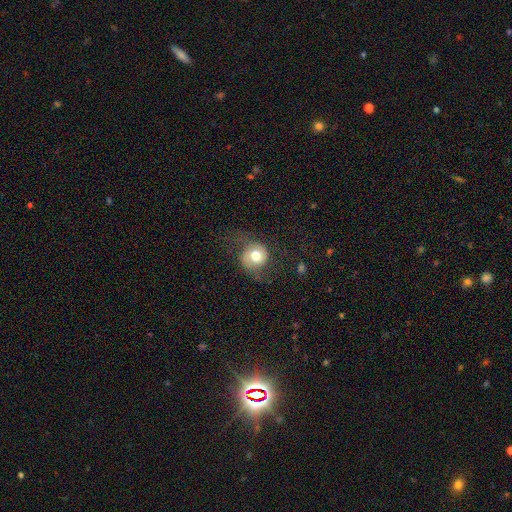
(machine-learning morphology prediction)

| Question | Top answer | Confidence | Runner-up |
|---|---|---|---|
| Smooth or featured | smooth | 47% | featured or disk (44%) |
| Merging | none | 58% | minor disturbance (21%) |